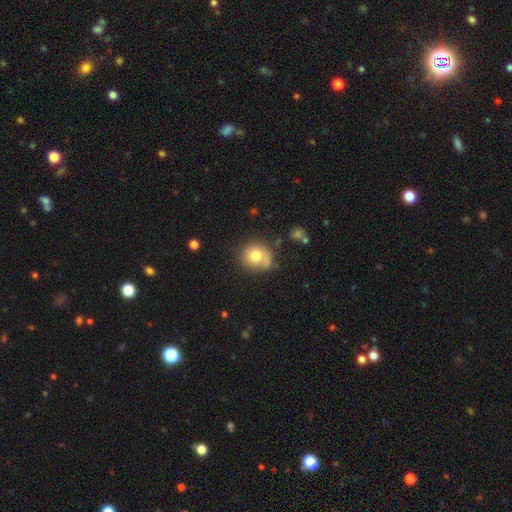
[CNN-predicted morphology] A smooth galaxy with no disk features (77%) that is round (77%).

Vote fractions:
- Smooth or featured? smooth: 77% / featured or disk: 14% / star or artifact: 9%
- How rounded? round: 77% / in between: 22% / cigar-shaped: 1%
- Merging? none: 57% / minor disturbance: 25% / major disturbance: 11% / merger: 7%